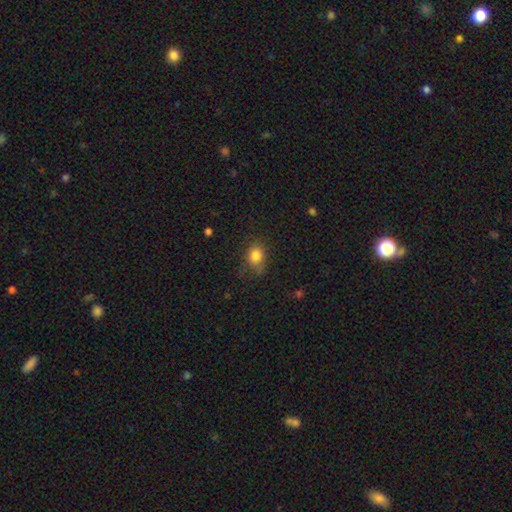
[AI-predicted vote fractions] The model was most divided on "how rounded": round: 55%, in between: 44%, cigar-shaped: 1%. More confident: smooth or featured — smooth (81%); merging — none (61%).